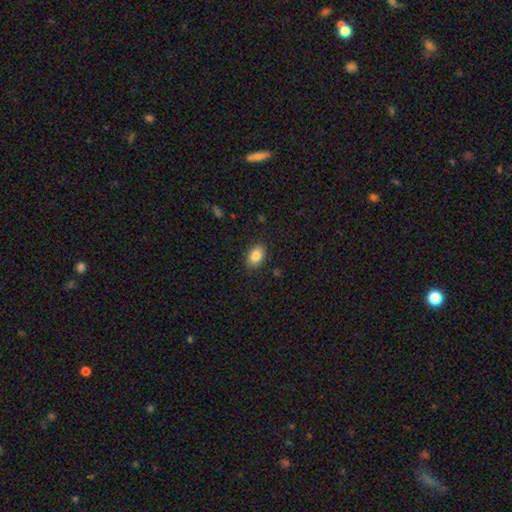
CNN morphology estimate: A smooth galaxy with no disk features (86%) that is in between round and cigar-shaped (86%). Merging: none (87%).